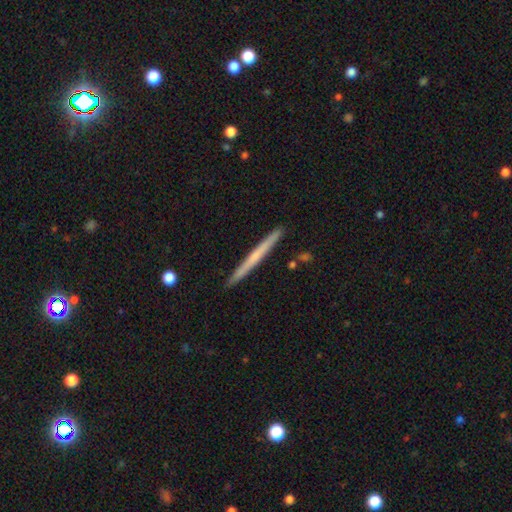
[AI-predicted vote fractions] This is possibly a featured or disk galaxy (49%). Merging: clearly none (91%).